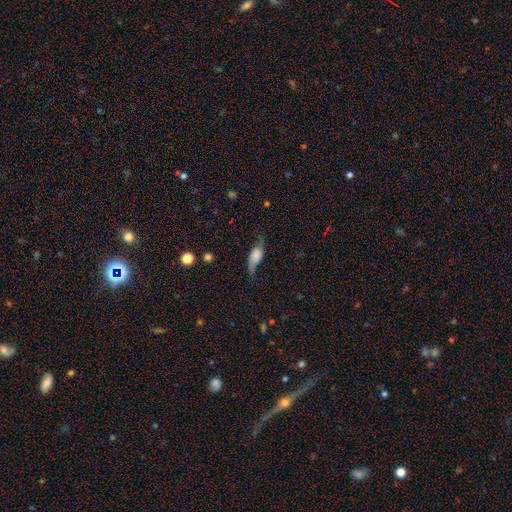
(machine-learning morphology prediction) The model was most divided on "smooth or featured": featured or disk: 52%, smooth: 38%, star or artifact: 10%. More confident: edge-on disk — no (82%); merging — none (53%).